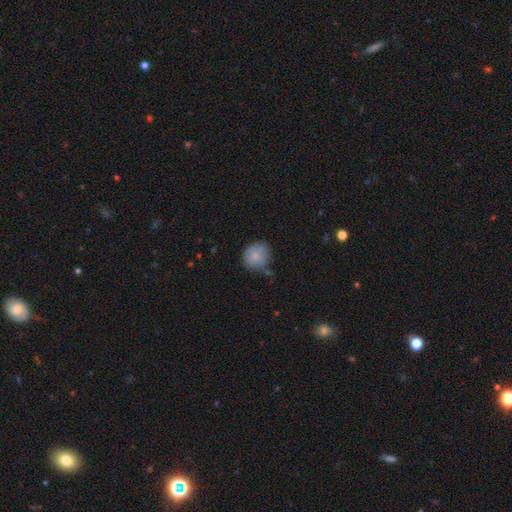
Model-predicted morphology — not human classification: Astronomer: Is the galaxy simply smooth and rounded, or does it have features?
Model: smooth — 84%.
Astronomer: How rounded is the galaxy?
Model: round — 80%.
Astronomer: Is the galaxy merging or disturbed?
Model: none — 69%.